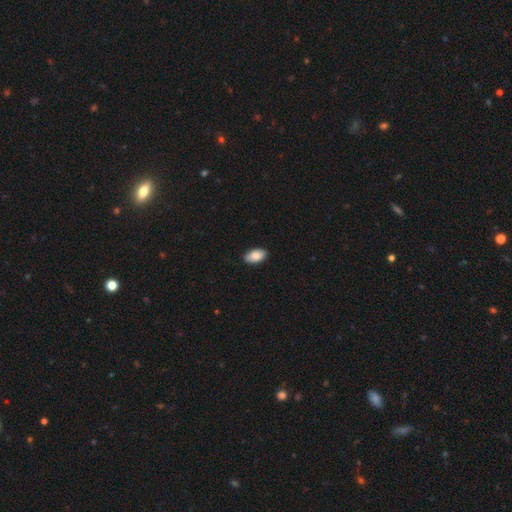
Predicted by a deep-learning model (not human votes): smooth 87%, featured or disk 6%, star or artifact 6%. Down the decision tree: how rounded — in between (95%); merging — none (89%).